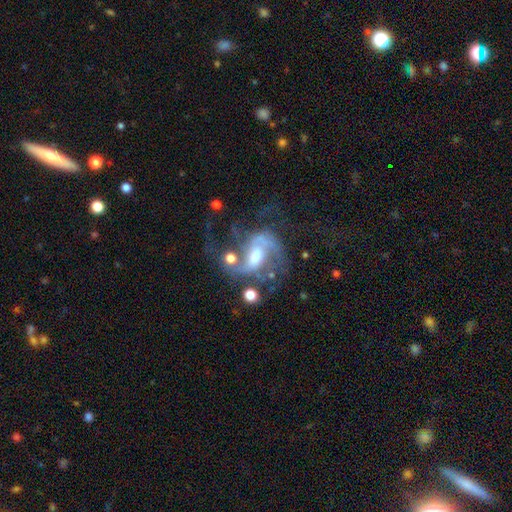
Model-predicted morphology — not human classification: Smooth or featured?
  - featured or disk: 84% *
  - star or artifact: 8%
  - smooth: 8%
Edge-on disk?
  - no: 97% *
  - yes: 3%
Bar?
  - weak: 47% *
  - no: 27%
  - strong: 26%
Spiral arms?
  - yes: 92% *
  - no: 8%
Spiral winding?
  - medium: 49% *
  - loose: 35%
  - tight: 16%
Spiral arm count?
  - 2: 67% *
  - can't tell: 12%
  - 3: 9%
  - 1: 7%
  - 4: 3%
  - more than 4: 2%
Bulge size?
  - moderate: 55% *
  - small: 20%
  - large: 17%
  - none: 6%
  - dominant: 2%
Merging?
  - none: 36% *
  - major disturbance: 31%
  - merger: 17%
  - minor disturbance: 16%